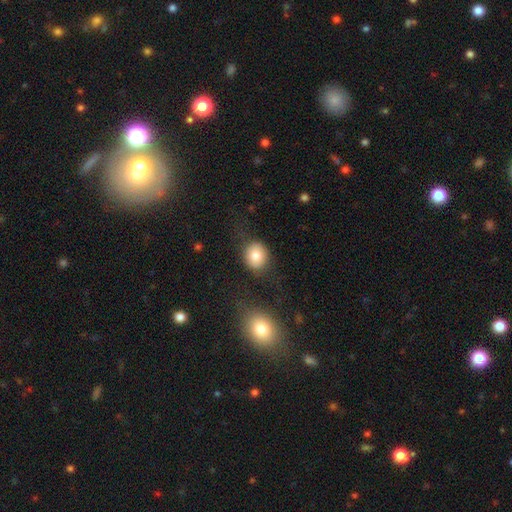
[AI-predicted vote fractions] Smooth or featured? smooth (82%)
How rounded? round (72%)
Merging? none (77%)